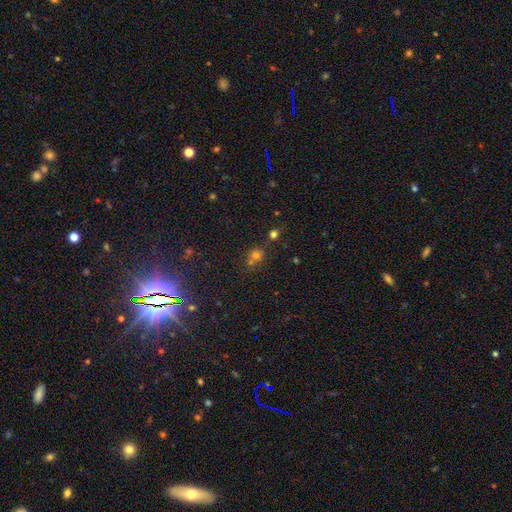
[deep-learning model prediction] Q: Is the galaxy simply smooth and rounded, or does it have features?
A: smooth — 64%.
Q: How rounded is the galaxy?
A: round — 81%.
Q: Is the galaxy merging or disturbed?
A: none — 60%.